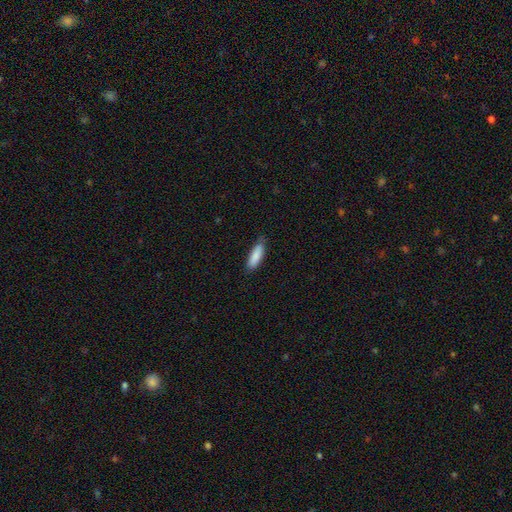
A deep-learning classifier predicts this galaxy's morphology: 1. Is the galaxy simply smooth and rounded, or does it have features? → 87% smooth, 7% featured or disk, 6% star or artifact.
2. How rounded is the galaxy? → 50% cigar-shaped, 49% in between, 1% round.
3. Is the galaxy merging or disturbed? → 79% none, 17% minor disturbance, 3% major disturbance, 1% merger.